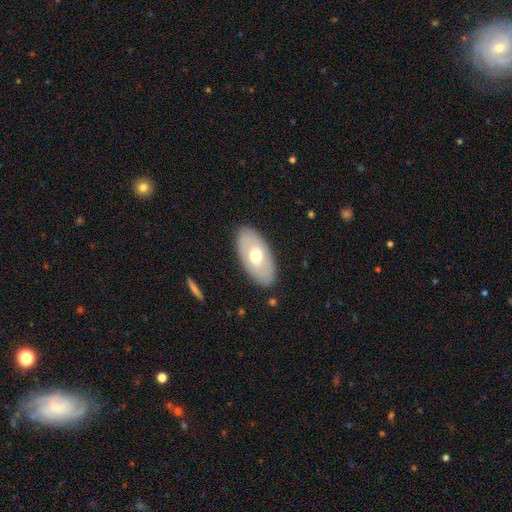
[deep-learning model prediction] Smooth or featured? smooth (56%)
How rounded? in between (93%)
Merging? none (85%)